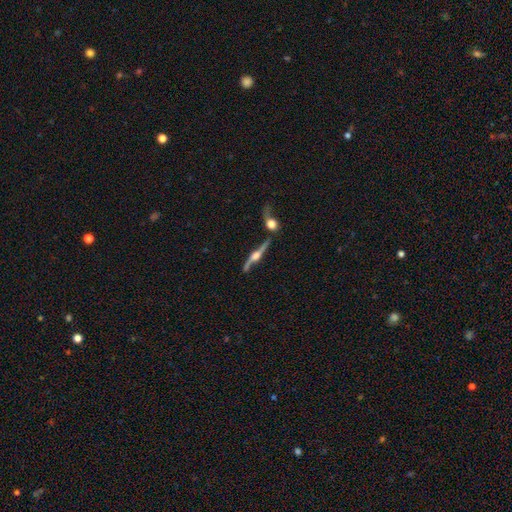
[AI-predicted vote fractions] Morphology: type=featured or disk (85%); edge-on=yes (91%); edge-on bulge=rounded (94%); merging=none (60%).